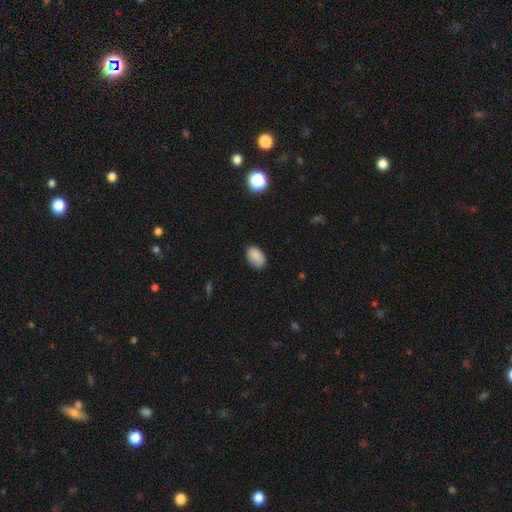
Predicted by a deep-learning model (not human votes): Q: Smooth or featured?
A: smooth (86%); runner-up: star or artifact (9%)
Q: How rounded?
A: in between (88%); runner-up: round (11%)
Q: Merging?
A: none (79%); runner-up: minor disturbance (16%)